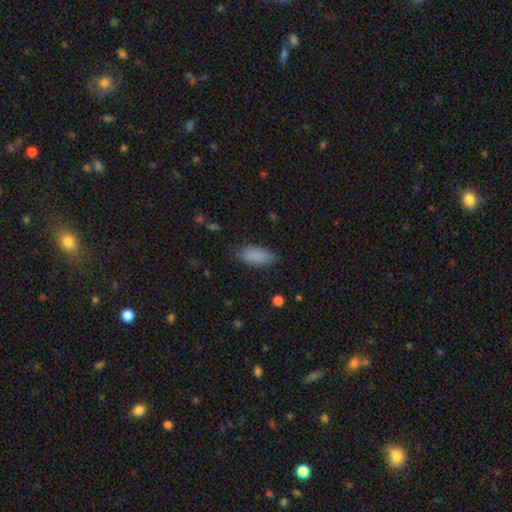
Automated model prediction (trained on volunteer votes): A smooth galaxy with no disk features (88%) that is in between round and cigar-shaped (86%). Merging: none (83%).